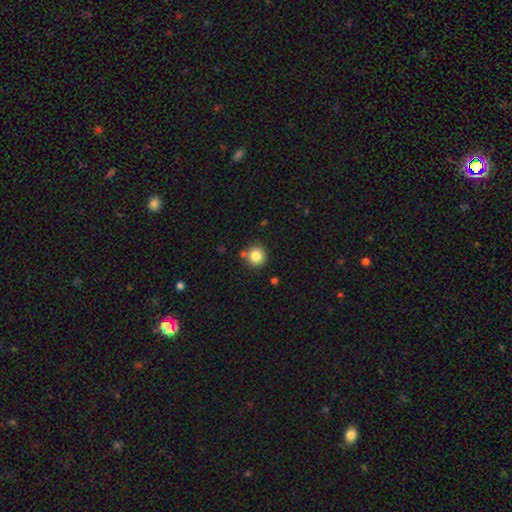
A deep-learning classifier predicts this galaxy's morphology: Smooth or featured?
  - smooth: 84% *
  - star or artifact: 11%
  - featured or disk: 5%
How rounded?
  - round: 92% *
  - in between: 7%
  - cigar-shaped: 1%
Merging?
  - none: 82% *
  - minor disturbance: 9%
  - merger: 7%
  - major disturbance: 3%